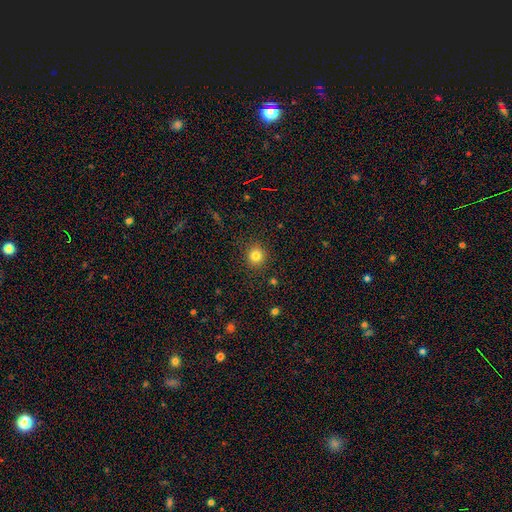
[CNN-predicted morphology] Smooth or featured? Predicted: smooth (p=0.81). How rounded? Predicted: round (p=0.92). Merging? Predicted: none (p=0.90).